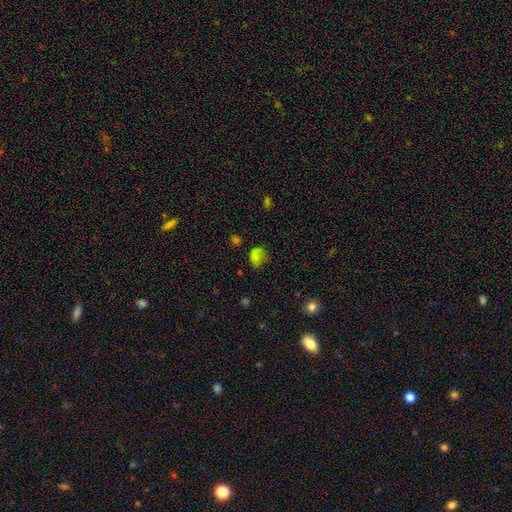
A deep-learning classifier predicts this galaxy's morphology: This is likely a smooth galaxy (64%). How rounded: possibly in between (56%). Merging: marginally none (41%).